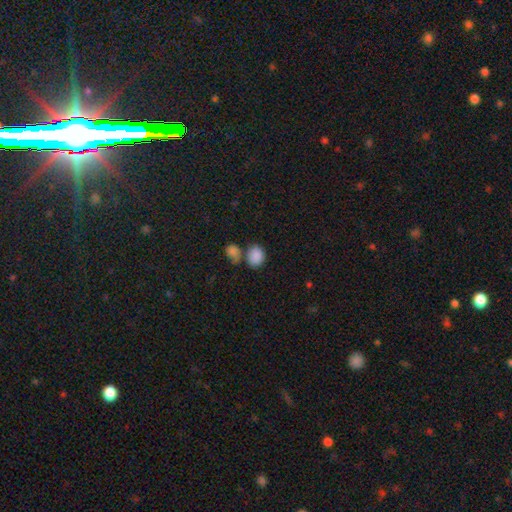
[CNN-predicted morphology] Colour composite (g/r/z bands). It shows a smooth galaxy with no disk features (87%) that is in between round and cigar-shaped (52%). Merging: none (49%).